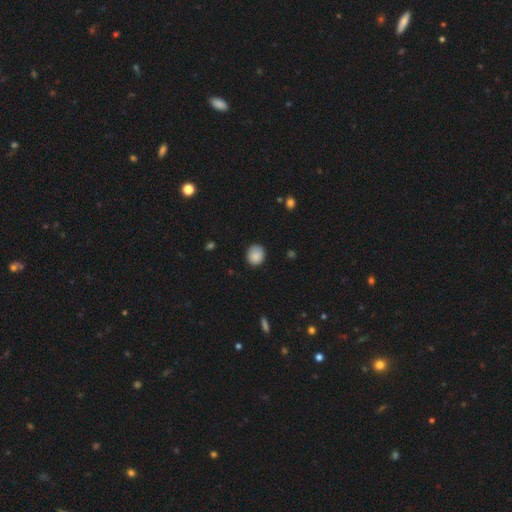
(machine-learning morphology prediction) smooth 87%, star or artifact 8%, featured or disk 5%. Down the decision tree: how rounded — round (80%); merging — none (82%).